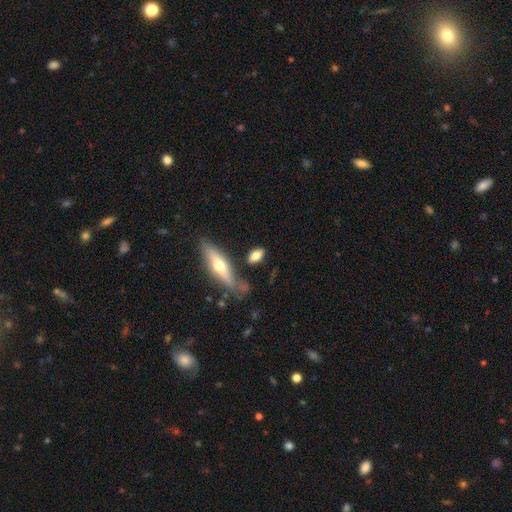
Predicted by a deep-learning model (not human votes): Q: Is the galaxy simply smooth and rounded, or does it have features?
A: smooth — 70%.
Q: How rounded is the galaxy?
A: in between — 76%.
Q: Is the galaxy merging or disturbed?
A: none — 74%.